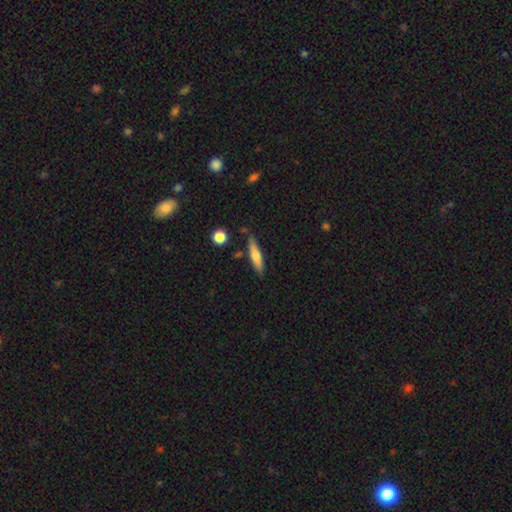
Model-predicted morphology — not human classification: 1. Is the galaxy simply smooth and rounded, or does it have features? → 62% smooth, 31% featured or disk, 7% star or artifact.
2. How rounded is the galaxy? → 80% cigar-shaped, 18% in between, 2% round.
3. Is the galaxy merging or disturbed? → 78% none, 15% minor disturbance, 5% merger, 3% major disturbance.